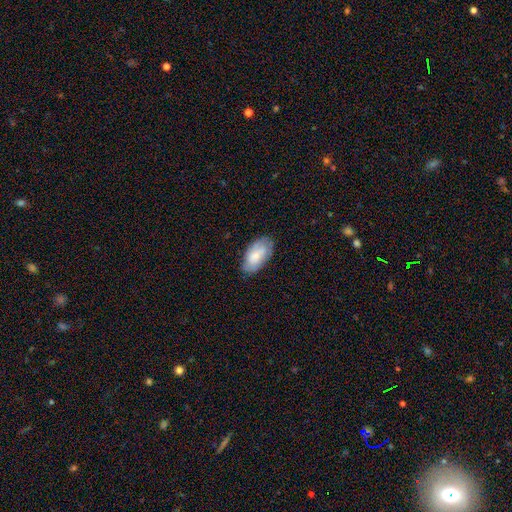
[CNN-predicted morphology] A smooth galaxy with no disk features (64%) that is in between round and cigar-shaped (94%). Merging: none (75%).